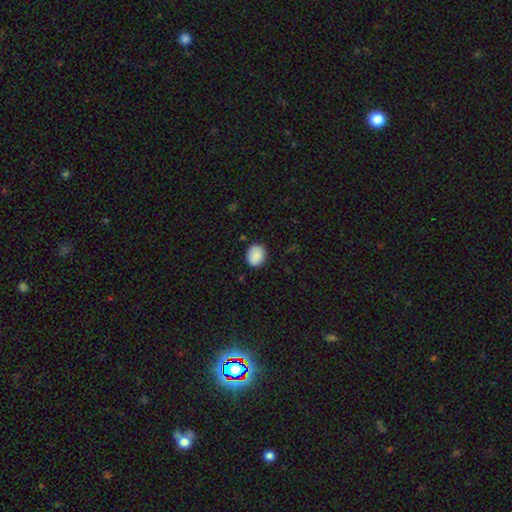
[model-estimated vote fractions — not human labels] A smooth galaxy with no disk features (89%) that is round (55%).

Vote fractions:
- Smooth or featured? smooth: 89% / star or artifact: 7% / featured or disk: 3%
- How rounded? round: 55% / in between: 44% / cigar-shaped: 1%
- Merging? none: 86% / minor disturbance: 11% / major disturbance: 2% / merger: 1%